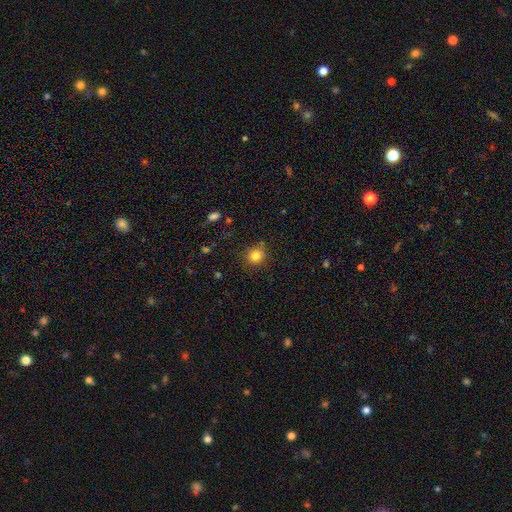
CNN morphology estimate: smooth 82%, star or artifact 12%, featured or disk 6%. Down the decision tree: how rounded — round (87%); merging — none (85%).